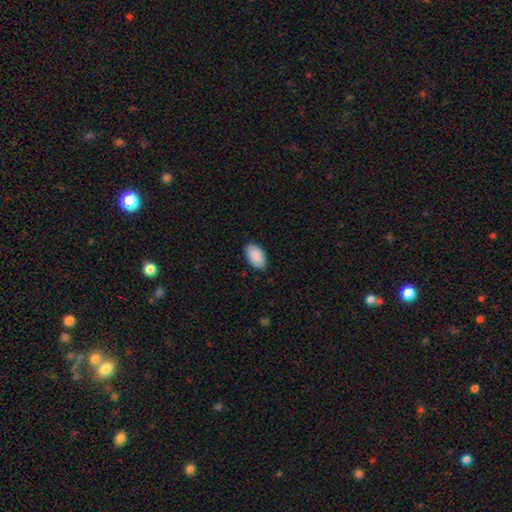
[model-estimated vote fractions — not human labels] smooth_or_featured: smooth (p=0.91) [alt: star or artifact p=0.06]
how_rounded: in between (p=0.95) [alt: round p=0.04]
merging: none (p=0.85) [alt: minor disturbance p=0.12]